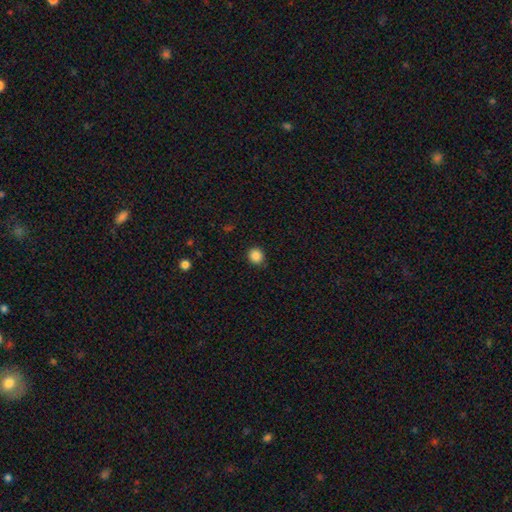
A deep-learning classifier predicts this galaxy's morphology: A smooth galaxy with no disk features (87%) that is round (87%). Merging: none (89%).